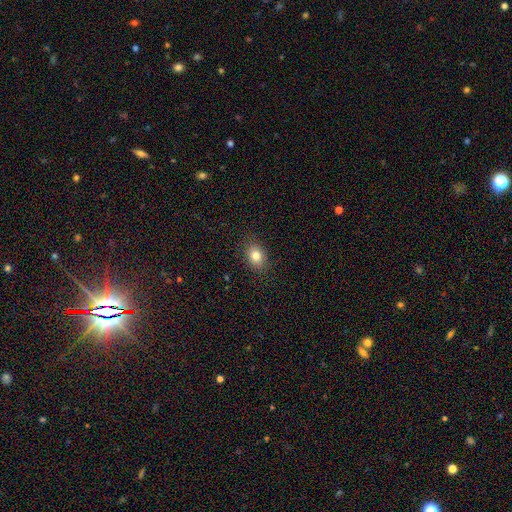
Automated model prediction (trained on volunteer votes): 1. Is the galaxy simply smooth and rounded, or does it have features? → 81% smooth, 11% star or artifact, 8% featured or disk.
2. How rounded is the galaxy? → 67% in between, 32% round, 1% cigar-shaped.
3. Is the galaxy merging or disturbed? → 87% none, 10% minor disturbance, 3% major disturbance, 1% merger.